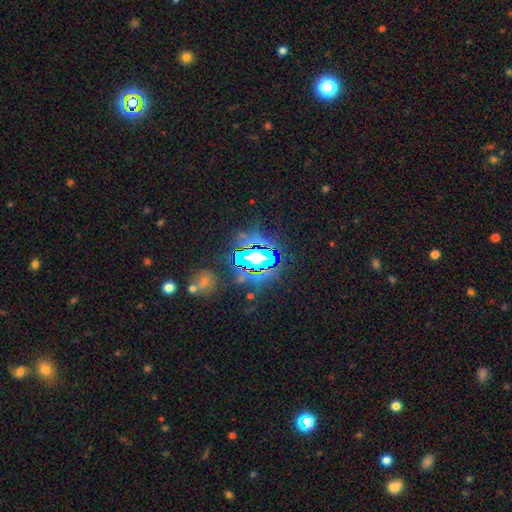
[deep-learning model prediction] smooth-or-featured: star or artifact: 70% | smooth: 16% | featured or disk: 14%